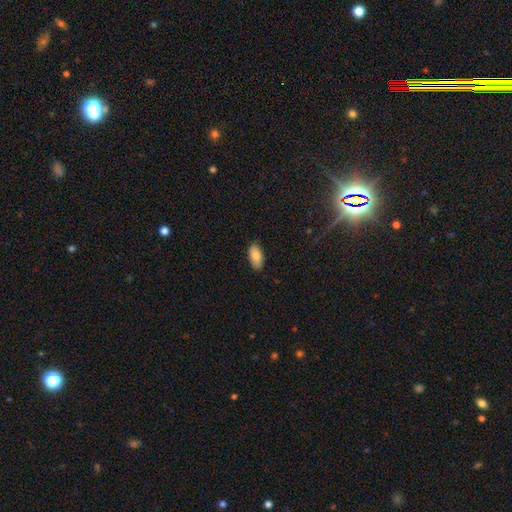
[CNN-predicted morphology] Overall: smooth (86%). How rounded: in between (94%). Merging: none (87%).